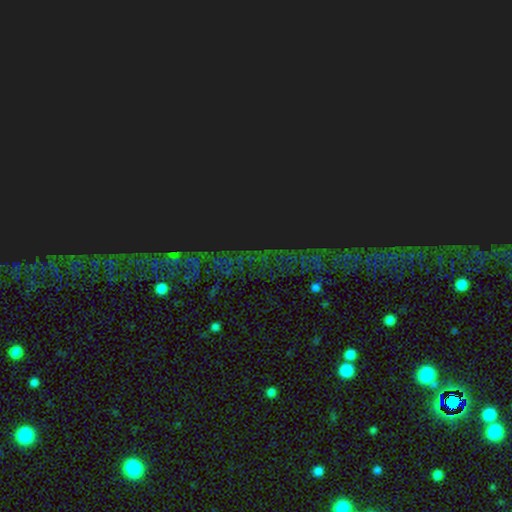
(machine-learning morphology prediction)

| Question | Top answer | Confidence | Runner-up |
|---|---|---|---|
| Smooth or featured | star or artifact | 85% | featured or disk (8%) |